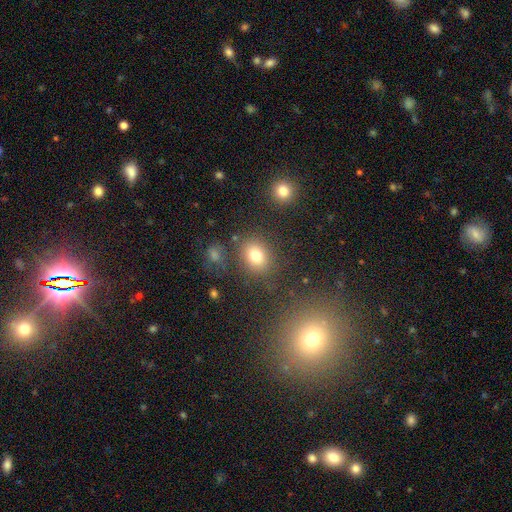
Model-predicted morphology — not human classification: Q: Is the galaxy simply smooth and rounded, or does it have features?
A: smooth — 77%.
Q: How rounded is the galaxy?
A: round — 57%.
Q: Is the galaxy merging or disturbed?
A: none — 79%.